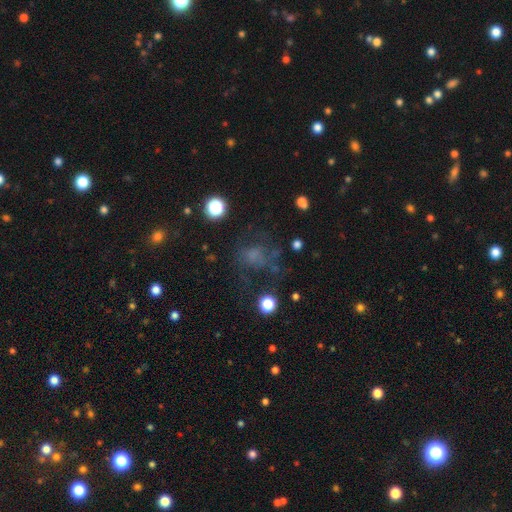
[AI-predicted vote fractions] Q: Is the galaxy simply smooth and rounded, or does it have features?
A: smooth — 47%.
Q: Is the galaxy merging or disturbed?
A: none — 46%.